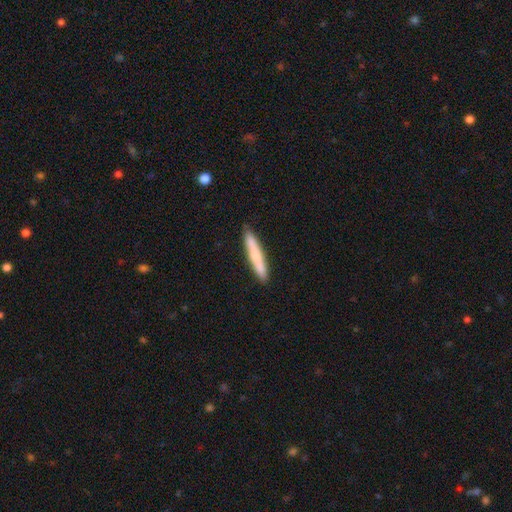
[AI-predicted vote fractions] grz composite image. It shows a smooth galaxy with no disk features (67%) that is cigar-shaped (94%). Merging: none (89%).